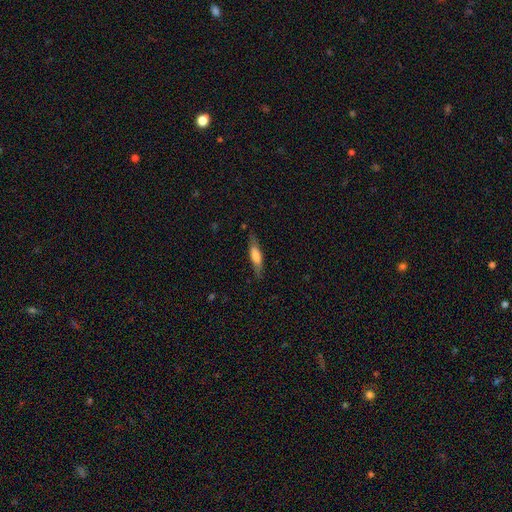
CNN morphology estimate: smooth-or-featured: smooth: 61% | featured or disk: 33% | star or artifact: 6%
  how-rounded: cigar-shaped: 66% | in between: 32% | round: 2%
  merging: none: 79% | minor disturbance: 15% | major disturbance: 4% | merger: 1%